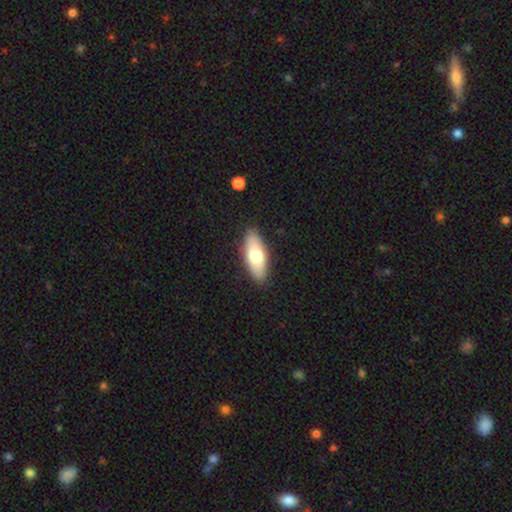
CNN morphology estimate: This is likely a smooth galaxy (73%). How rounded: likely in between (76%). Merging: clearly none (87%).